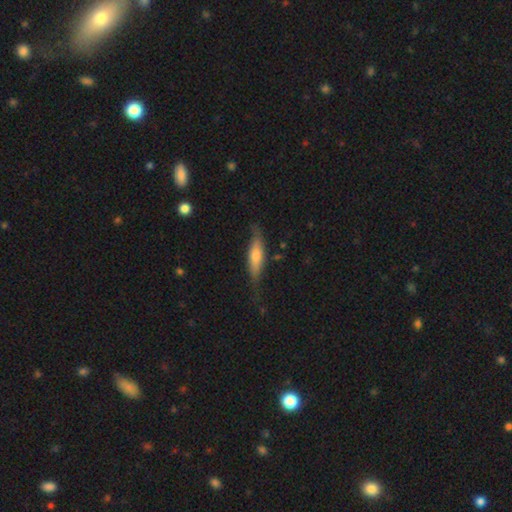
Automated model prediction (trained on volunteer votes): A smooth galaxy with no disk features (51%) that is cigar-shaped (74%). Merging: none (70%).